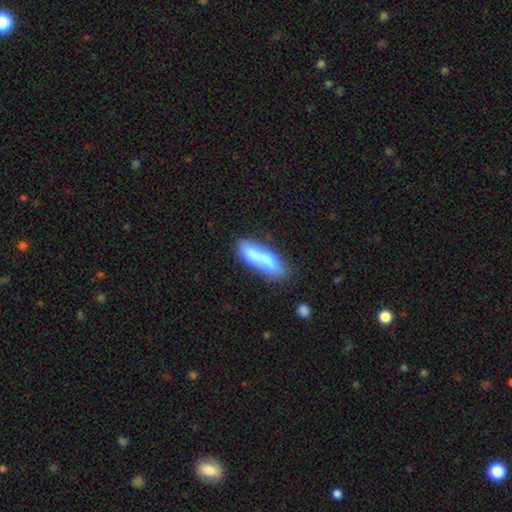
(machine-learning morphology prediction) A smooth galaxy with no disk features (57%) that is in between round and cigar-shaped (57%).

Vote fractions:
- Smooth or featured? smooth: 57% / featured or disk: 35% / star or artifact: 8%
- How rounded? in between: 57% / cigar-shaped: 39% / round: 4%
- Merging? merger: 56% / none: 25% / minor disturbance: 12% / major disturbance: 8%